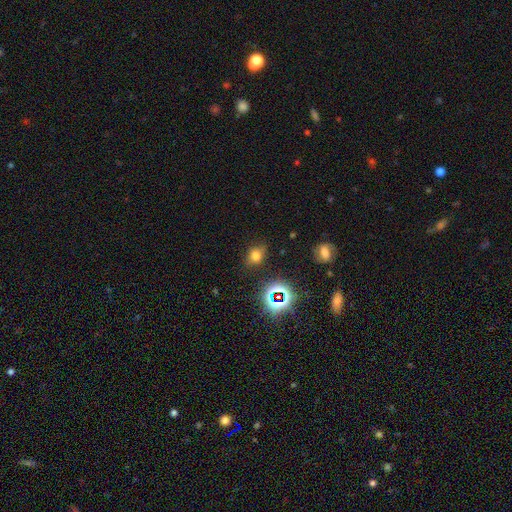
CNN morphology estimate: smooth-or-featured: smooth: 65% | star or artifact: 26% | featured or disk: 9%
  how-rounded: in between: 58% | round: 40% | cigar-shaped: 2%
  merging: none: 80% | minor disturbance: 14% | major disturbance: 4% | merger: 2%